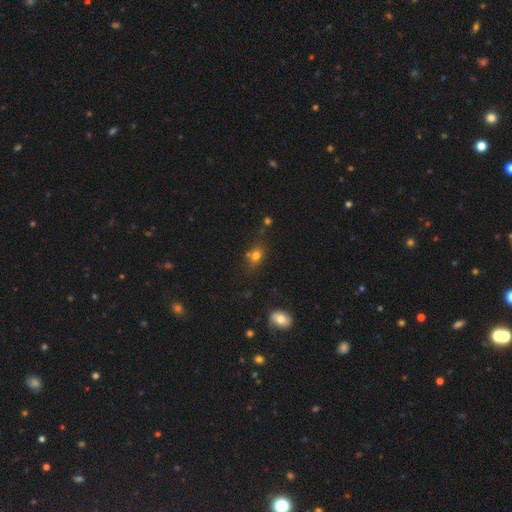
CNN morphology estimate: Overall: smooth (73%). How rounded: in between (52%; round 45%). Merging: none (64%).